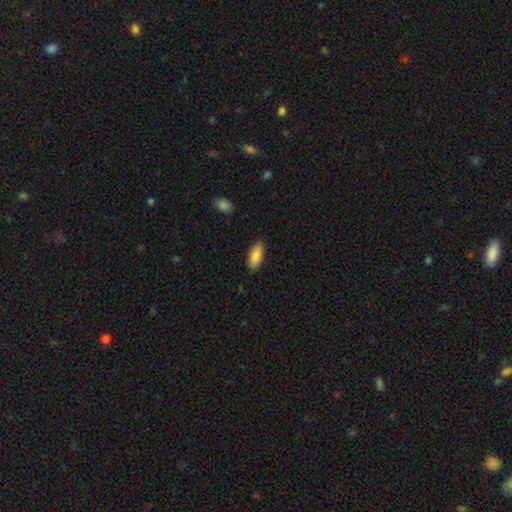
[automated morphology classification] A smooth galaxy with no disk features (89%) that is in between round and cigar-shaped (88%).

Vote fractions:
- Smooth or featured? smooth: 89% / star or artifact: 6% / featured or disk: 5%
- How rounded? in between: 88% / cigar-shaped: 11% / round: 2%
- Merging? none: 86% / minor disturbance: 11% / major disturbance: 2% / merger: 1%